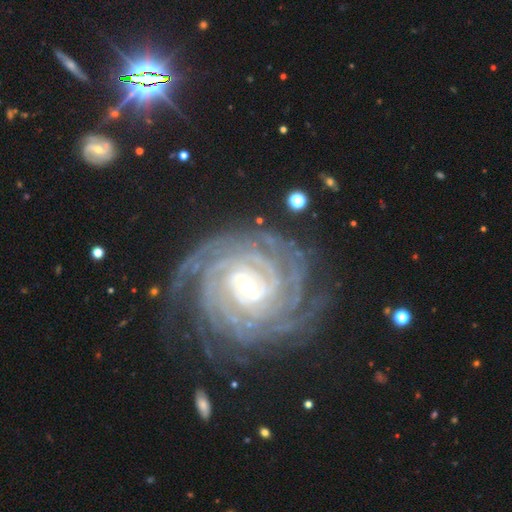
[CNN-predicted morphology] Smooth or featured? Predicted: featured or disk (p=0.92). Edge-on disk? Predicted: no (p=0.97). Bar? Predicted: weak (p=0.45). Spiral arms? Predicted: yes (p=0.99). Spiral winding? Predicted: tight (p=0.86). Spiral arm count? Predicted: 4 (p=0.27). Bulge size? Predicted: small (p=0.52). Merging? Predicted: none (p=0.80).